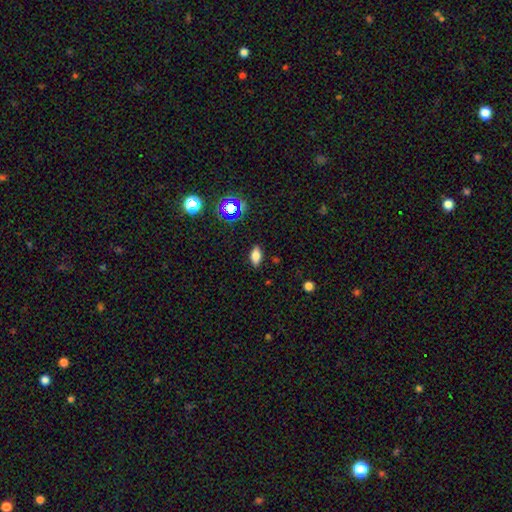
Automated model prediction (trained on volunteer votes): A smooth galaxy with no disk features (76%) that is in between round and cigar-shaped (85%). Merging: none (87%).